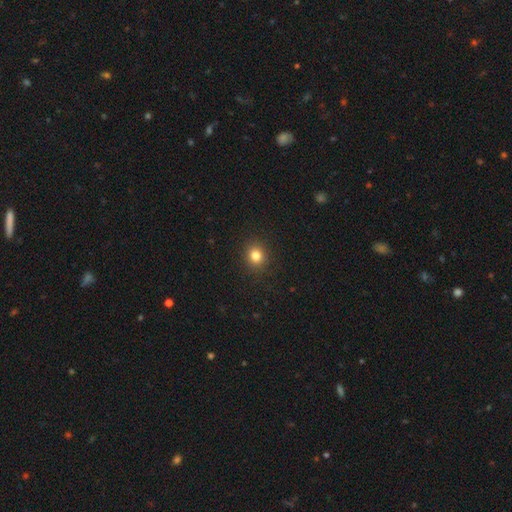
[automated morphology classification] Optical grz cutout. It shows a smooth galaxy with no disk features (82%) that is round (82%). Merging: none (91%).